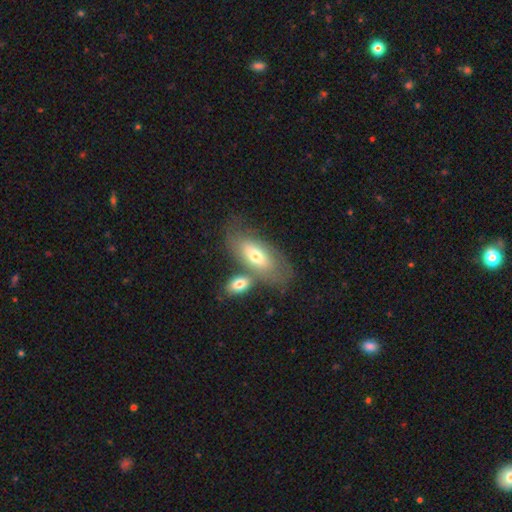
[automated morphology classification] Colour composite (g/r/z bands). It shows a smooth galaxy with no disk features (57%) that is in between round and cigar-shaped (84%). Merging: none (47%).